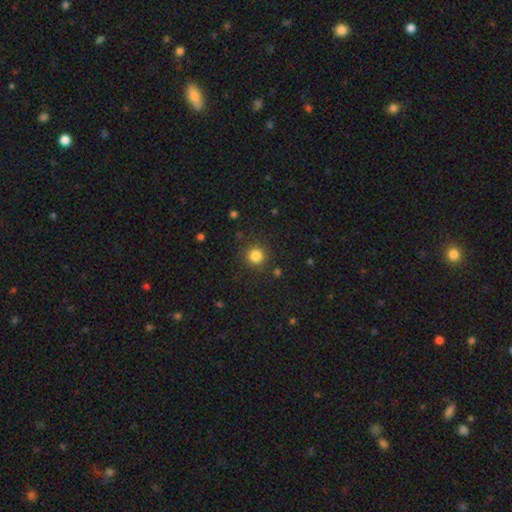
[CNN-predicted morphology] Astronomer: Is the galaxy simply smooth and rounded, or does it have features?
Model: smooth — 83%.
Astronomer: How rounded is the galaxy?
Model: round — 93%.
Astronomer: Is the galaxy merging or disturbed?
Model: none — 88%.